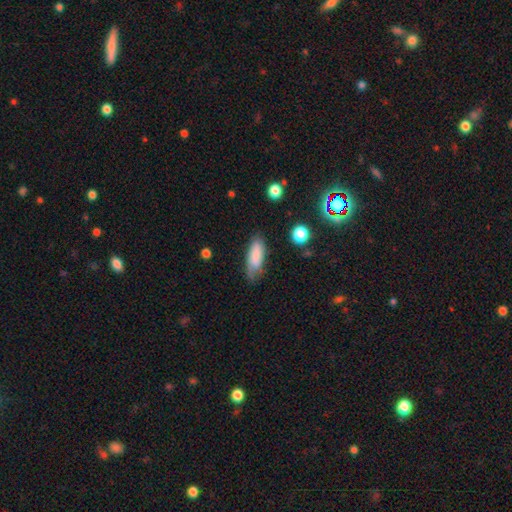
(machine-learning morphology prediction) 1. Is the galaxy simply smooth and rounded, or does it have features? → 78% smooth, 15% featured or disk, 7% star or artifact.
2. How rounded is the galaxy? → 69% in between, 29% cigar-shaped, 2% round.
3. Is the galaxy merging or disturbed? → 64% none, 27% minor disturbance, 7% major disturbance, 2% merger.